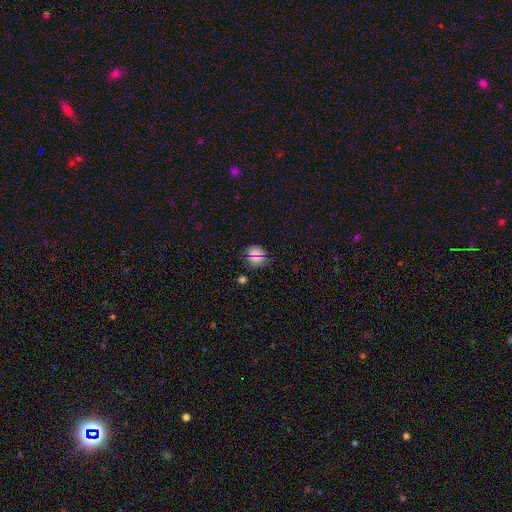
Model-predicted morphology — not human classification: A smooth galaxy with no disk features (65%) that is round (87%). Merging: none (85%).